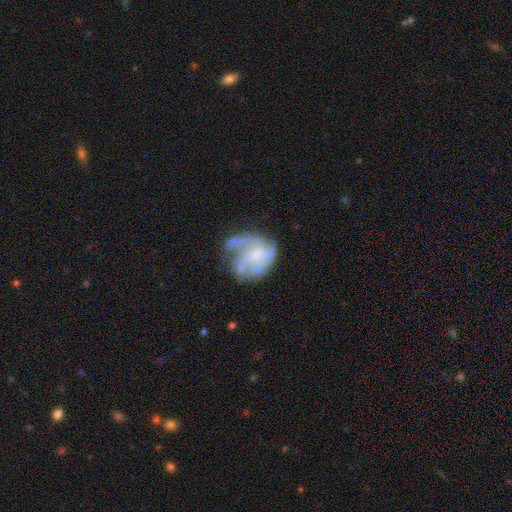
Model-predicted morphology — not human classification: Overall: featured or disk (70%). Edge-on disk: no (98%). Bar: no (72%). Spiral arms: yes (66%; no 34%). Bulge size: small (62%; moderate 27%). Merging: none (39%; major disturbance 28%).